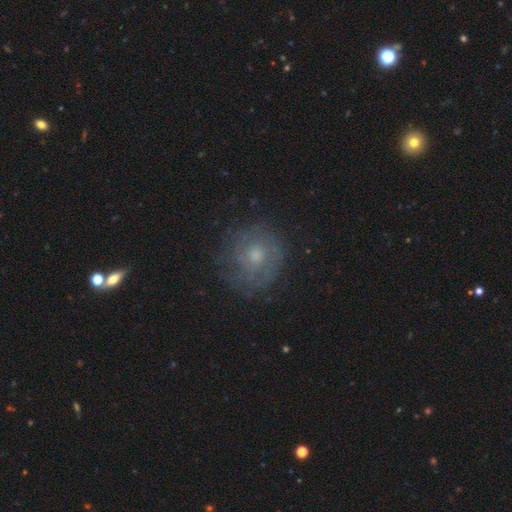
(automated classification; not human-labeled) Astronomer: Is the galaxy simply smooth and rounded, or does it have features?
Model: featured or disk — 57% (runner-up: smooth, 32%).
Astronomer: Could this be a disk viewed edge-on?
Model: no — 97%.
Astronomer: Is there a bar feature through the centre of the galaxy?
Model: no — 79%.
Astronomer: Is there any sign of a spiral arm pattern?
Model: yes — 71%.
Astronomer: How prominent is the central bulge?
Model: moderate — 60%.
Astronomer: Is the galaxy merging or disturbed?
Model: none — 73%.